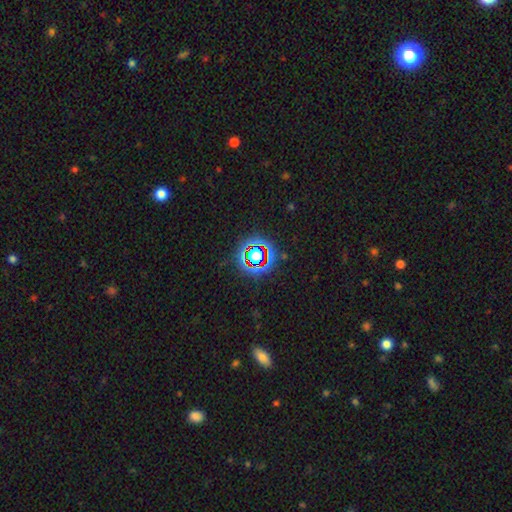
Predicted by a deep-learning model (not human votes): This appears to be a star or artifact, not a galaxy (68%).